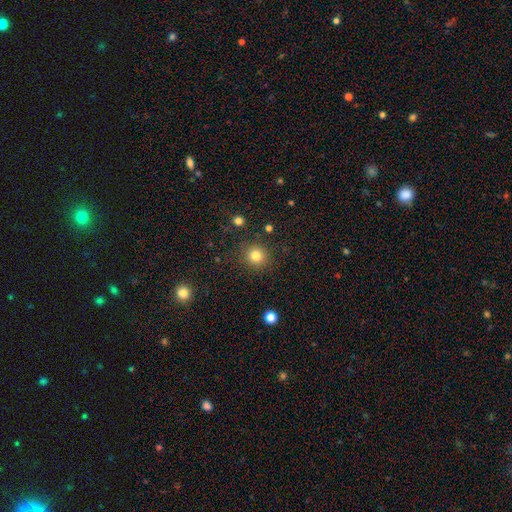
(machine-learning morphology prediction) Overall: smooth (82%). How rounded: round (90%). Merging: none (88%).